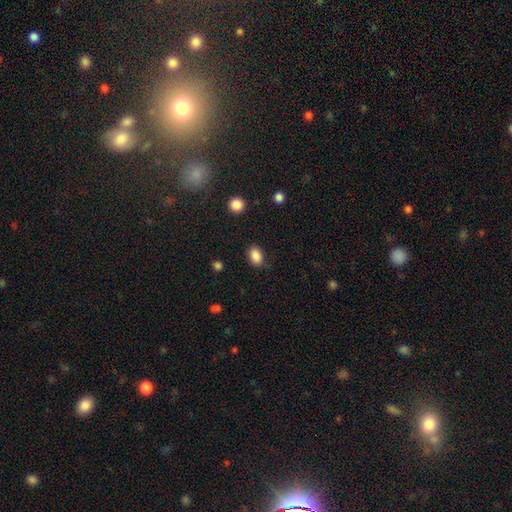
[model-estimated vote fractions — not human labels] smooth 87%, star or artifact 9%, featured or disk 4%. Down the decision tree: how rounded — in between (77%); merging — none (83%).